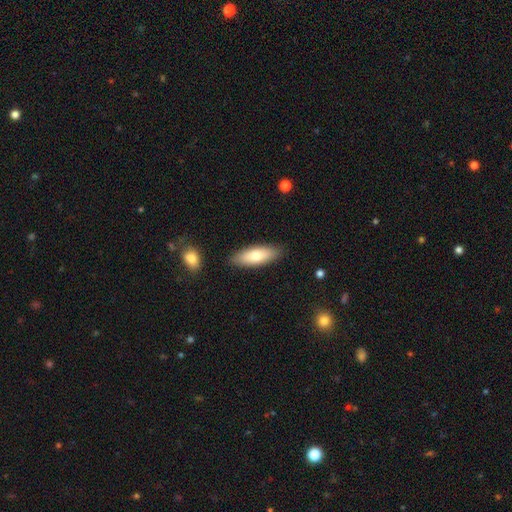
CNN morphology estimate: Overall: smooth (73%). How rounded: in between (64%; cigar-shaped 34%). Merging: none (87%).